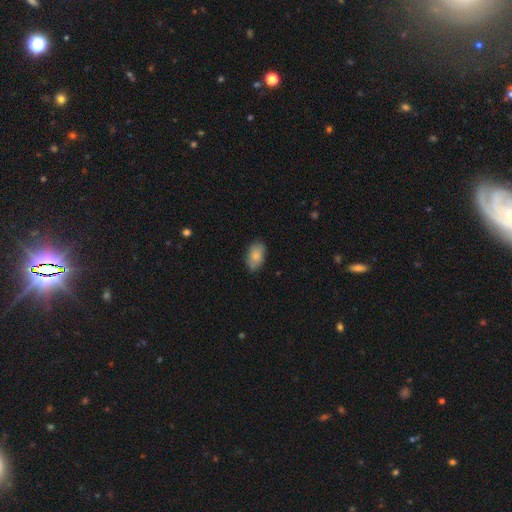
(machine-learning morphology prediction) Smooth or featured: smooth — 81% (featured or disk — 12%)
How rounded: in between — 92% (round — 6%)
Merging: none — 78% (minor disturbance — 17%)